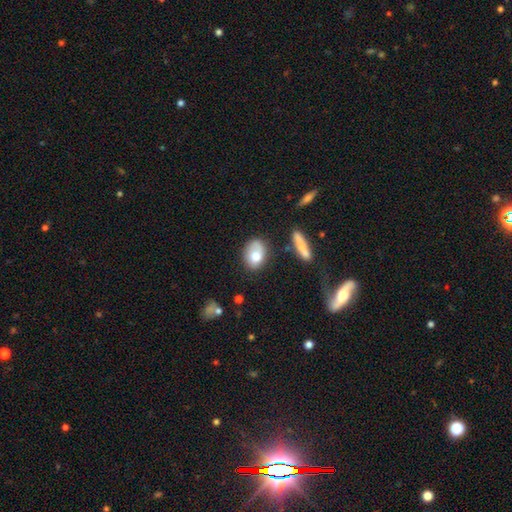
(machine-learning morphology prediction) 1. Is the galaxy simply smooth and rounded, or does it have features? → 72% smooth, 21% featured or disk, 8% star or artifact.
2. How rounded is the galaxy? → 72% in between, 27% round, 2% cigar-shaped.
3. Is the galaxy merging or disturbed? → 54% none, 28% minor disturbance, 11% major disturbance, 7% merger.